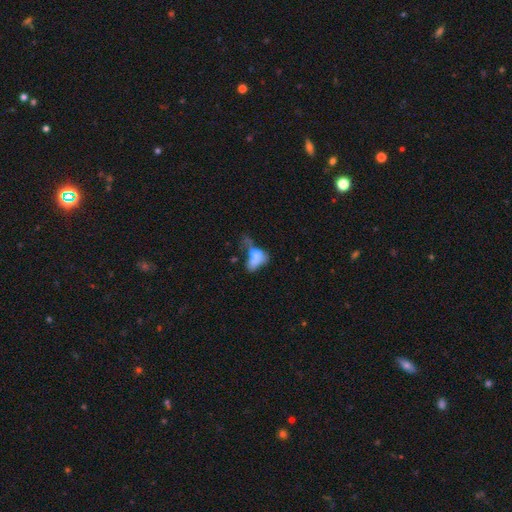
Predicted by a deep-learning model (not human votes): Smooth or featured?
  - smooth: 54% *
  - featured or disk: 34%
  - star or artifact: 12%
How rounded?
  - in between: 82% *
  - round: 11%
  - cigar-shaped: 7%
Merging?
  - merger: 46% *
  - major disturbance: 30%
  - none: 13%
  - minor disturbance: 11%